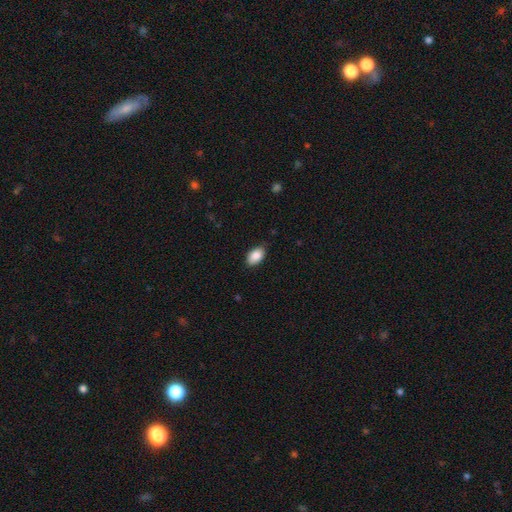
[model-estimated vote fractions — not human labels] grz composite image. It shows a smooth galaxy with no disk features (88%) that is in between round and cigar-shaped (93%). Merging: none (81%).